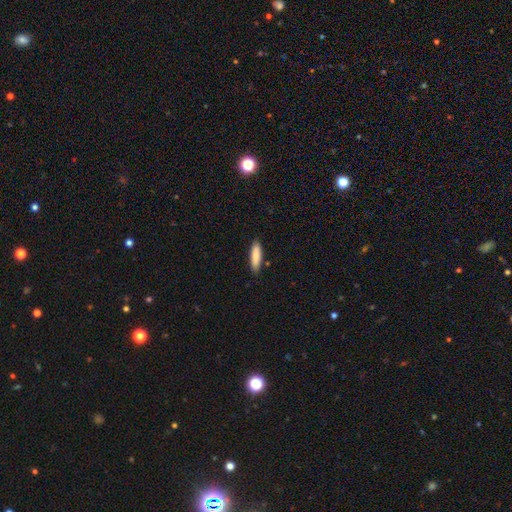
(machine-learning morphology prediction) A smooth galaxy with no disk features (87%) that is cigar-shaped (65%).

Vote fractions:
- Smooth or featured? smooth: 87% / featured or disk: 7% / star or artifact: 6%
- How rounded? cigar-shaped: 65% / in between: 34% / round: 1%
- Merging? none: 85% / minor disturbance: 12% / major disturbance: 2% / merger: 2%